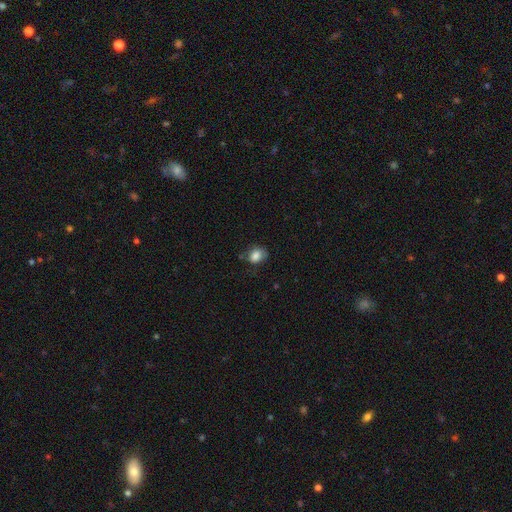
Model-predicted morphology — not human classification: Q: Smooth or featured?
A: smooth (82%); runner-up: star or artifact (9%)
Q: How rounded?
A: in between (61%); runner-up: round (38%)
Q: Merging?
A: none (60%); runner-up: minor disturbance (28%)